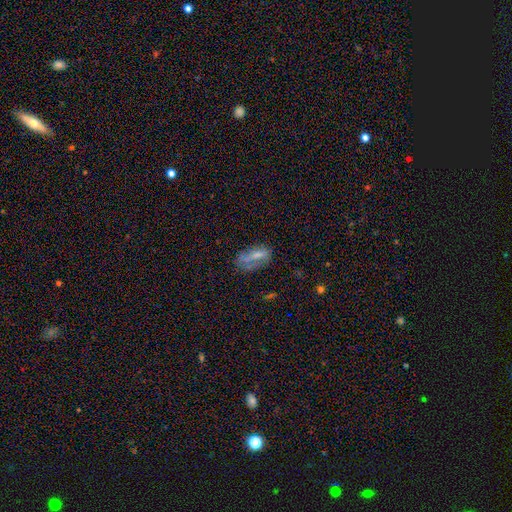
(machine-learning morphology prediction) Smooth or featured? smooth (57%)
How rounded? in between (78%)
Merging? none (47%)